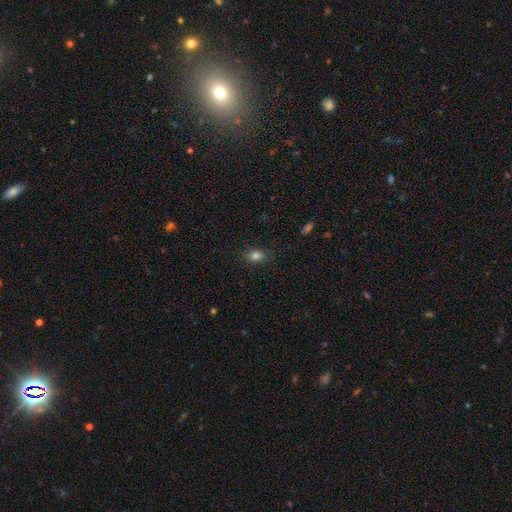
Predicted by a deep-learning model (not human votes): smooth 82%, star or artifact 12%, featured or disk 6%. Down the decision tree: how rounded — in between (66%); merging — none (82%).